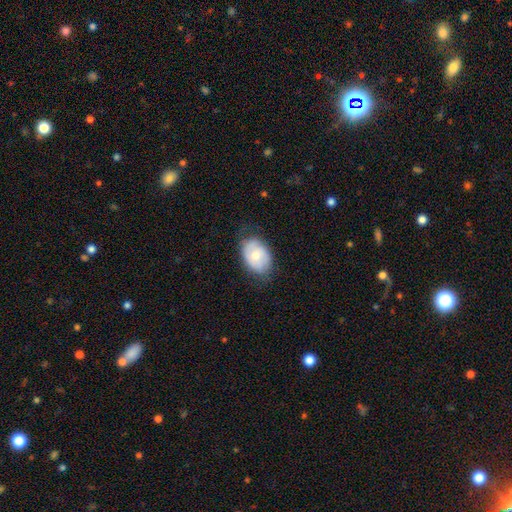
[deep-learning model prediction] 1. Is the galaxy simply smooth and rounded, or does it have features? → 66% smooth, 27% featured or disk, 6% star or artifact.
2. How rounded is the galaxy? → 84% in between, 15% round, 1% cigar-shaped.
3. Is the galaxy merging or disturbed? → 71% none, 22% minor disturbance, 6% major disturbance, 1% merger.